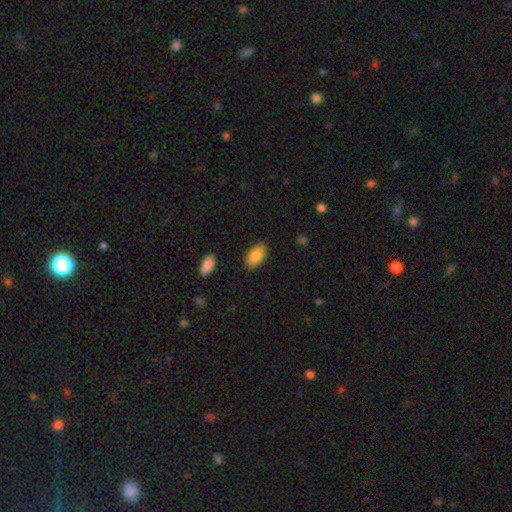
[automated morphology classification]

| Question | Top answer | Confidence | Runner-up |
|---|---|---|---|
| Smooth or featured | smooth | 86% | featured or disk (7%) |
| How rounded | in between | 94% | round (3%) |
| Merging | none | 85% | minor disturbance (11%) |